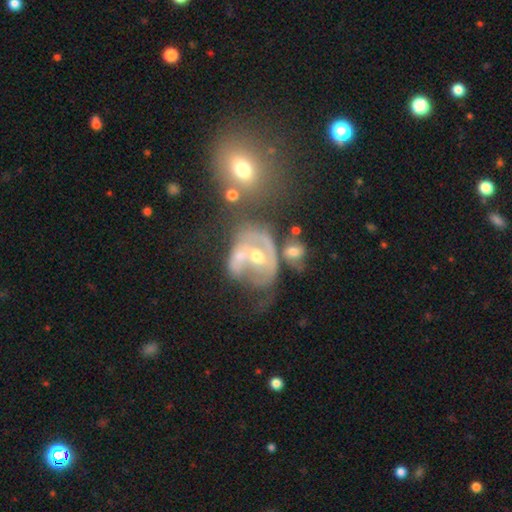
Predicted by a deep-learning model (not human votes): Smooth or featured?
  - featured or disk: 70% *
  - smooth: 20%
  - star or artifact: 10%
Edge-on disk?
  - no: 97% *
  - yes: 3%
Bar?
  - no: 58% *
  - weak: 29%
  - strong: 13%
Spiral arms?
  - yes: 55% *
  - no: 45%
Bulge size?
  - moderate: 62% *
  - small: 29%
  - large: 4%
  - none: 3%
  - dominant: 1%
Merging?
  - merger: 42% *
  - major disturbance: 25%
  - none: 19%
  - minor disturbance: 14%